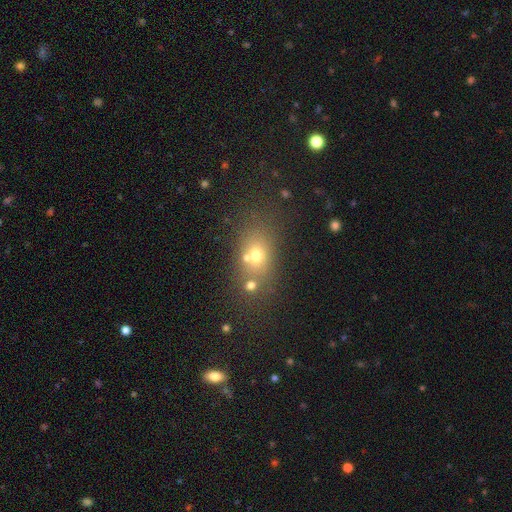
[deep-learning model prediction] This appears to be a smooth galaxy with no disk features (62%) that is in between round and cigar-shaped (61%). Merging: none (54%).